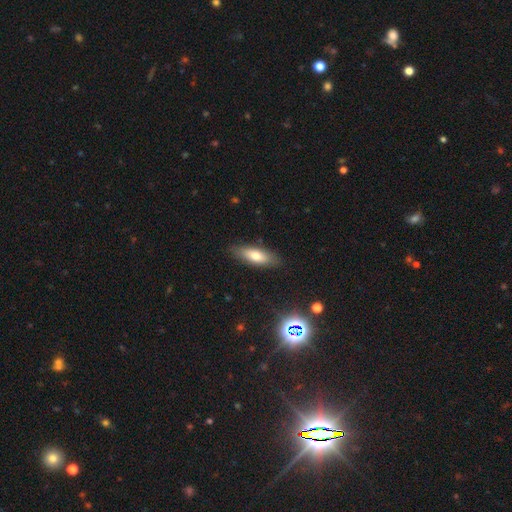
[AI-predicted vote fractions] A smooth galaxy with no disk features (69%) that is in between round and cigar-shaped (62%). Merging: none (85%).